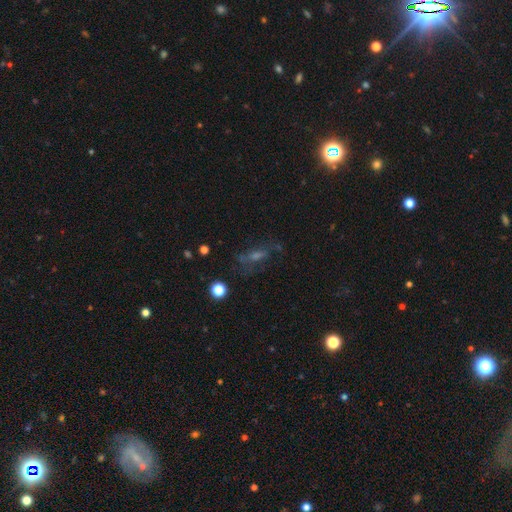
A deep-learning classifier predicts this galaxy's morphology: featured or disk 41%, star or artifact 30%, smooth 28%. Down the decision tree: merging — none (61%).